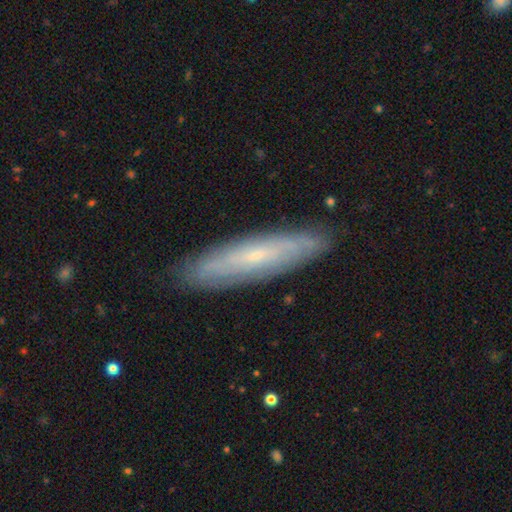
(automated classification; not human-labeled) A featured or disk galaxy (60%) viewed edge-on (54%).

Vote fractions:
- Smooth or featured? featured or disk: 60% / smooth: 32% / star or artifact: 7%
- Edge-on disk? yes: 54% / no: 46%
- Merging? none: 87% / minor disturbance: 10% / major disturbance: 2% / merger: 1%